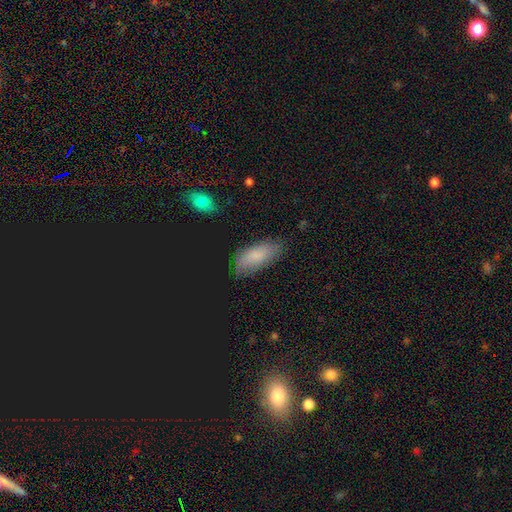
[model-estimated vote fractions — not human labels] smooth-or-featured: smooth: 79% | star or artifact: 10% | featured or disk: 10%
  how-rounded: in between: 85% | cigar-shaped: 13% | round: 2%
  merging: none: 70% | minor disturbance: 23% | major disturbance: 5% | merger: 2%